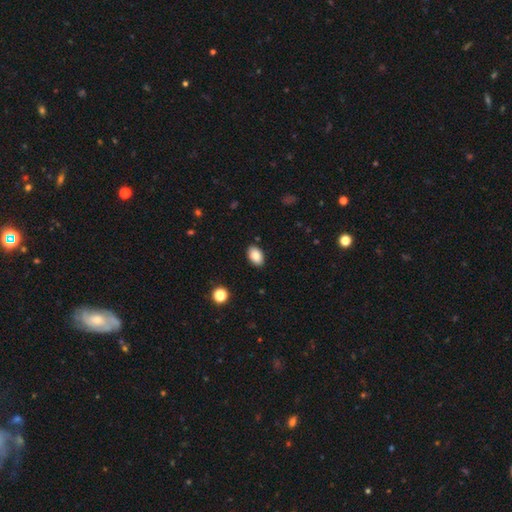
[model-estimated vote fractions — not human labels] A smooth galaxy with no disk features (86%) that is in between round and cigar-shaped (91%). Merging: none (88%).